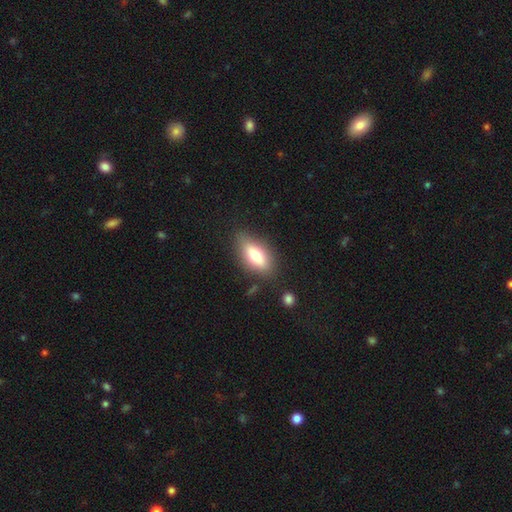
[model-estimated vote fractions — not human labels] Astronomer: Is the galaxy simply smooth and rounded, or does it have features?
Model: smooth — 69%.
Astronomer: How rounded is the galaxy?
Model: in between — 80%.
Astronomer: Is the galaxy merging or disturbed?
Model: none — 79%.